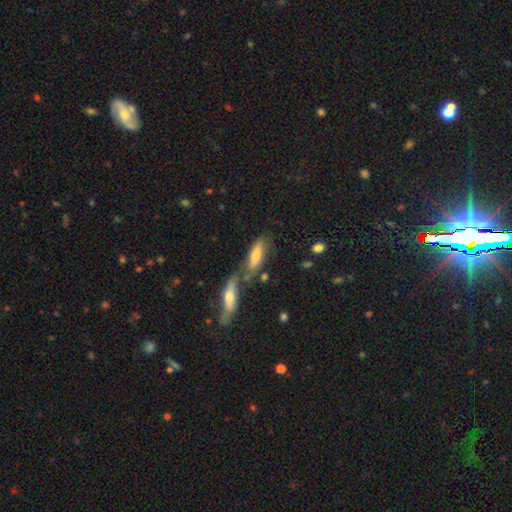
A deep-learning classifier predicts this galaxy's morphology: Q: Smooth or featured?
A: smooth (64%); runner-up: featured or disk (28%)
Q: How rounded?
A: in between (53%); runner-up: cigar-shaped (45%)
Q: Merging?
A: none (45%); runner-up: merger (36%)